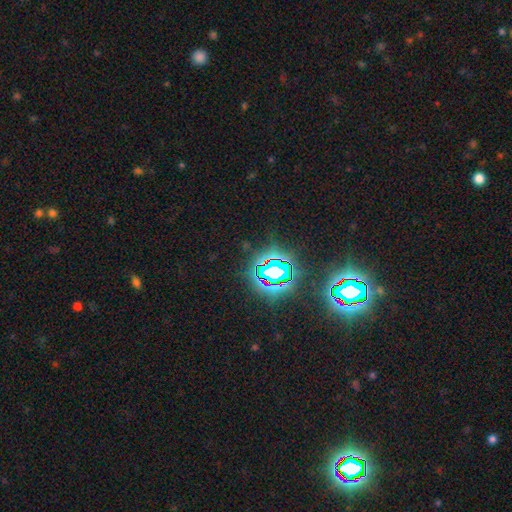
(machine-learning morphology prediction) A star or artifact, not a galaxy (80%).

Vote fractions:
- Smooth or featured? star or artifact: 80% / smooth: 11% / featured or disk: 9%